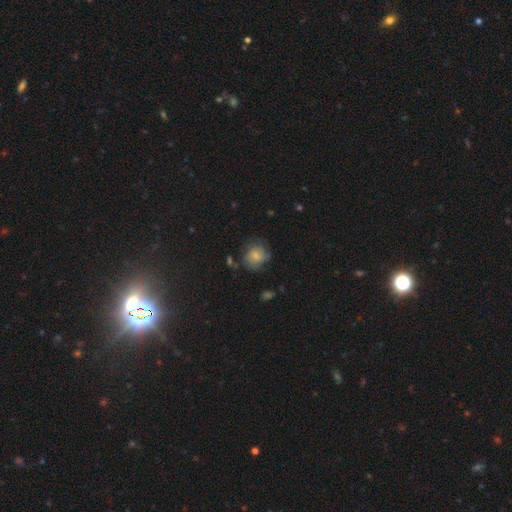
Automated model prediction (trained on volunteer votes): A smooth galaxy with no disk features (66%) that is round (78%).

Vote fractions:
- Smooth or featured? smooth: 66% / featured or disk: 24% / star or artifact: 10%
- How rounded? round: 78% / in between: 21% / cigar-shaped: 1%
- Merging? none: 58% / minor disturbance: 25% / major disturbance: 13% / merger: 3%